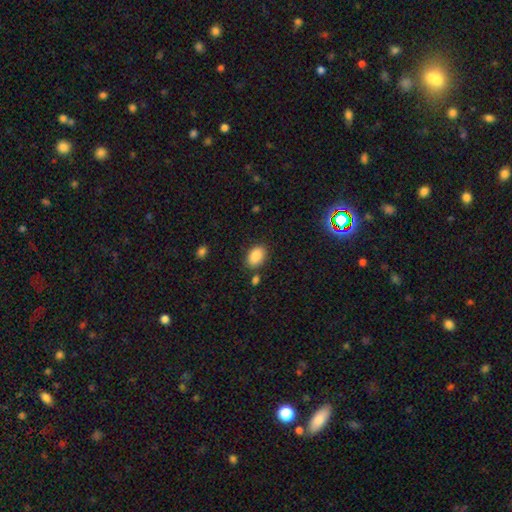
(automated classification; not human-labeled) Smooth or featured? smooth (88%)
How rounded? in between (86%)
Merging? none (79%)